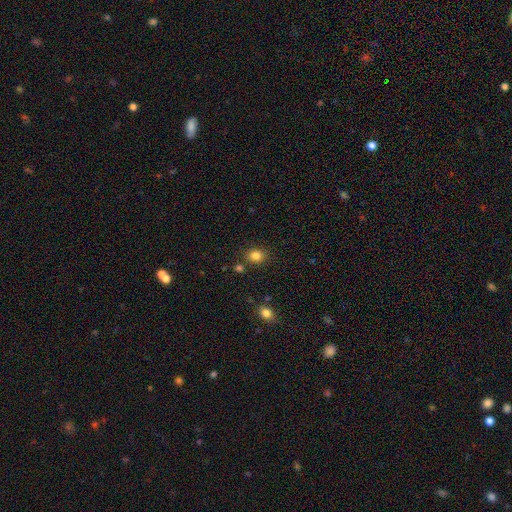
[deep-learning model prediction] Overall: smooth (83%). How rounded: round (65%; in between 34%). Merging: none (82%).